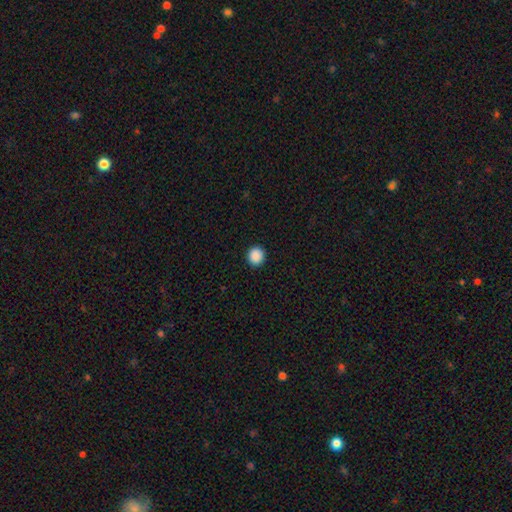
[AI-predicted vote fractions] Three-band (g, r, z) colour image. It shows a smooth galaxy with no disk features (89%) that is round (90%). Merging: none (93%).